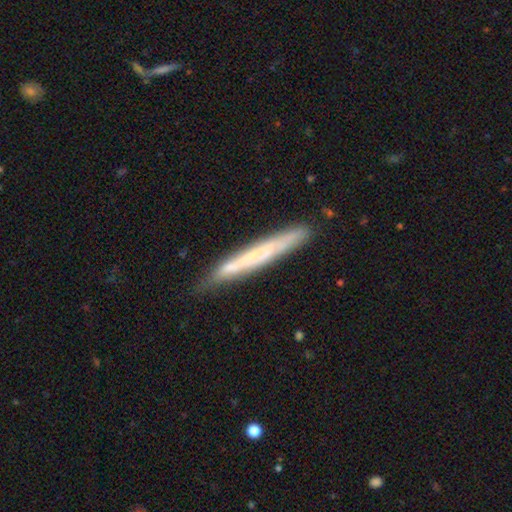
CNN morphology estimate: The model was most divided on "smooth or featured": featured or disk: 48%, smooth: 45%, star or artifact: 7%. More confident: merging — none (81%).